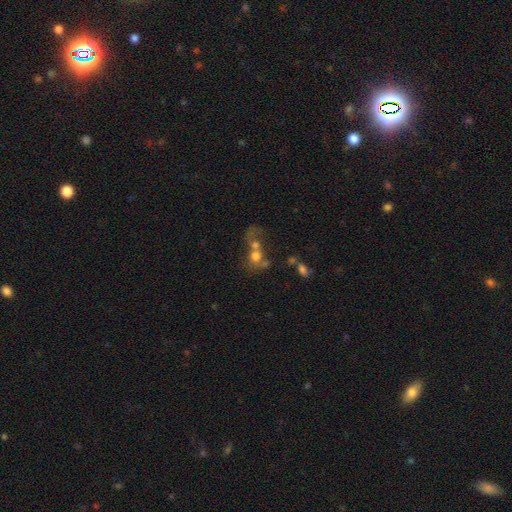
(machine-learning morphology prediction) smooth_or_featured: smooth (p=0.56) [alt: featured or disk p=0.27]
how_rounded: round (p=0.66) [alt: in between p=0.32]
merging: merger (p=0.64) [alt: none p=0.17]